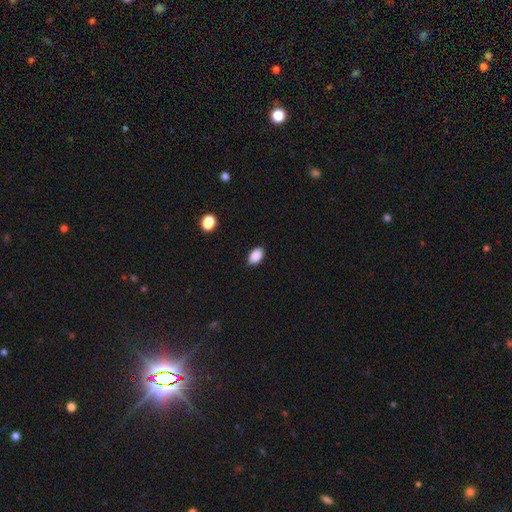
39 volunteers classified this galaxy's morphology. Smooth or featured? smooth (90%)
How rounded? in between (91%)
Merging? none (89%)